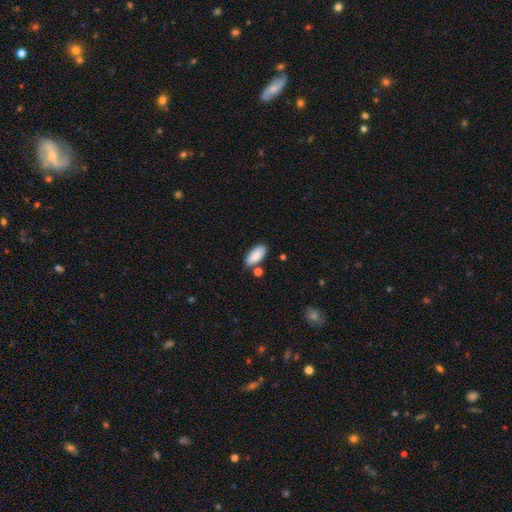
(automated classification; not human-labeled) smooth_or_featured: smooth (p=0.87) [alt: featured or disk p=0.06]
how_rounded: in between (p=0.91) [alt: cigar-shaped p=0.07]
merging: none (p=0.75) [alt: minor disturbance p=0.14]